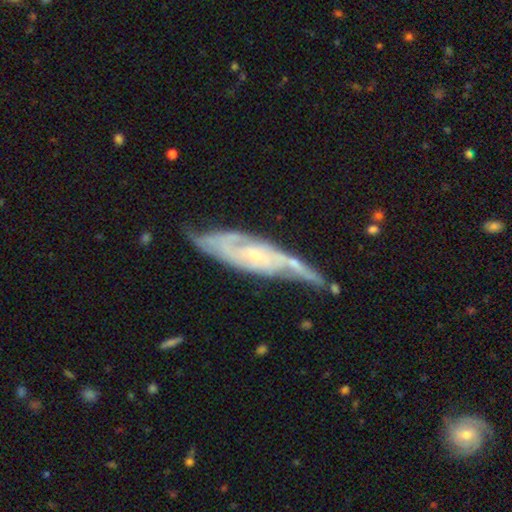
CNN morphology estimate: Q: Smooth or featured?
A: featured or disk (83%); runner-up: smooth (11%)
Q: Edge-on disk?
A: no (77%); runner-up: yes (23%)
Q: Bar?
A: no (63%); runner-up: weak (29%)
Q: Spiral arms?
A: yes (92%); runner-up: no (8%)
Q: Spiral winding?
A: tight (57%); runner-up: medium (34%)
Q: Spiral arm count?
A: 2 (45%); runner-up: can't tell (33%)
Q: Bulge size?
A: small (72%); runner-up: moderate (22%)
Q: Merging?
A: none (57%); runner-up: minor disturbance (28%)